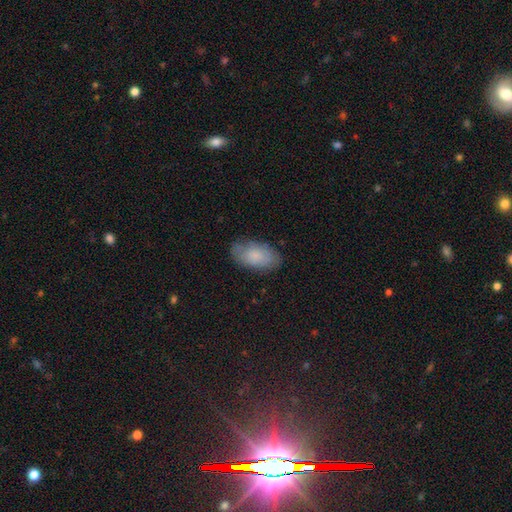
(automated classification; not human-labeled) Q: Smooth or featured?
A: smooth (76%); runner-up: featured or disk (17%)
Q: How rounded?
A: in between (94%); runner-up: round (3%)
Q: Merging?
A: none (77%); runner-up: minor disturbance (17%)